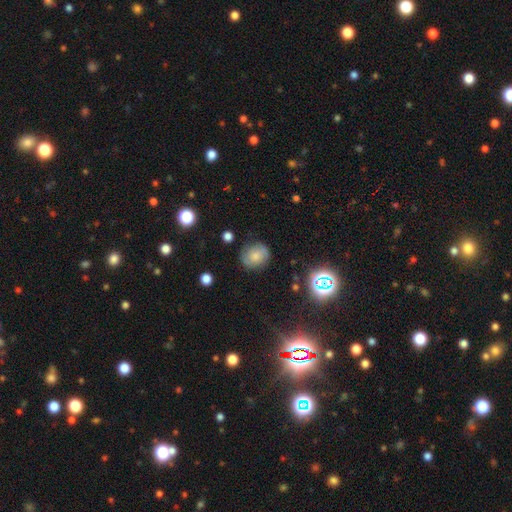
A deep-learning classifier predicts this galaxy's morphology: A smooth galaxy with no disk features (68%) that is round (69%).

Vote fractions:
- Smooth or featured? smooth: 68% / featured or disk: 21% / star or artifact: 12%
- How rounded? round: 69% / in between: 30% / cigar-shaped: 1%
- Merging? none: 77% / minor disturbance: 17% / major disturbance: 5% / merger: 2%